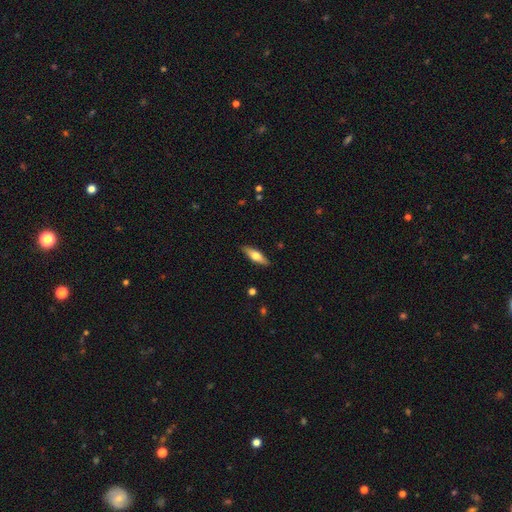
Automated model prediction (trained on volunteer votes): Smooth or featured?
  - smooth: 49% *
  - featured or disk: 45%
  - star or artifact: 6%
Merging?
  - none: 89% *
  - minor disturbance: 8%
  - major disturbance: 2%
  - merger: 1%